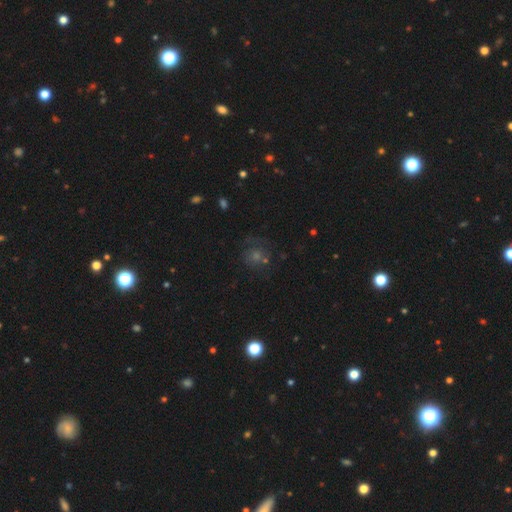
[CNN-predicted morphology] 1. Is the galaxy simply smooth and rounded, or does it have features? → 41% smooth, 37% star or artifact, 22% featured or disk.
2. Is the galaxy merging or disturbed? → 66% none, 15% minor disturbance, 11% major disturbance, 7% merger.